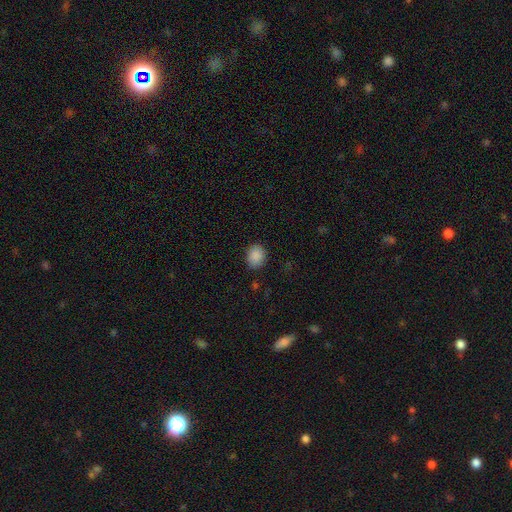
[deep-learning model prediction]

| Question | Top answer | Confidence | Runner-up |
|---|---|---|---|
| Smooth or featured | smooth | 88% | star or artifact (9%) |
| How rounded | round | 56% | in between (43%) |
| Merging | none | 85% | minor disturbance (11%) |